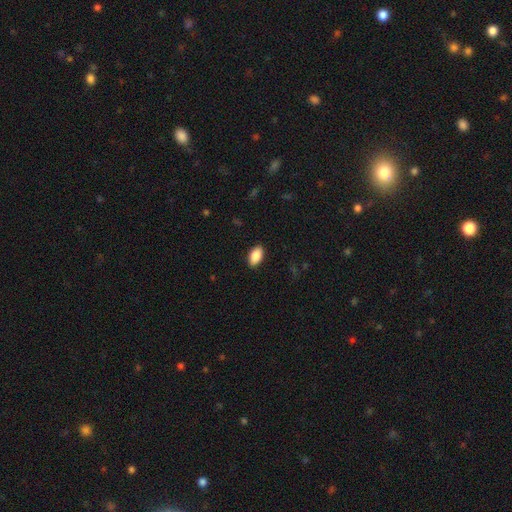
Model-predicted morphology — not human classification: Smooth or featured? Predicted: smooth (p=0.88). How rounded? Predicted: in between (p=0.94). Merging? Predicted: none (p=0.89).